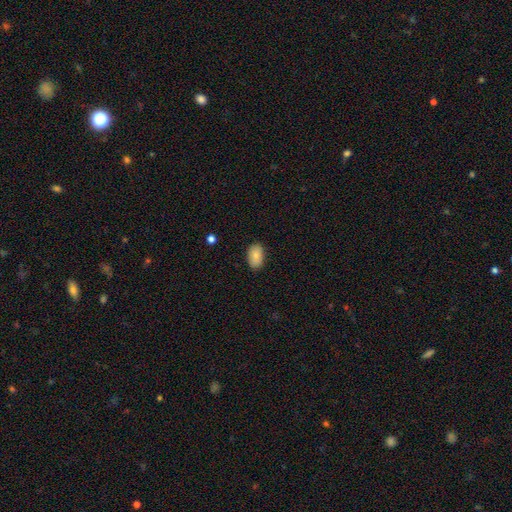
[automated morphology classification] Overall: smooth (83%). How rounded: in between (91%). Merging: none (86%).